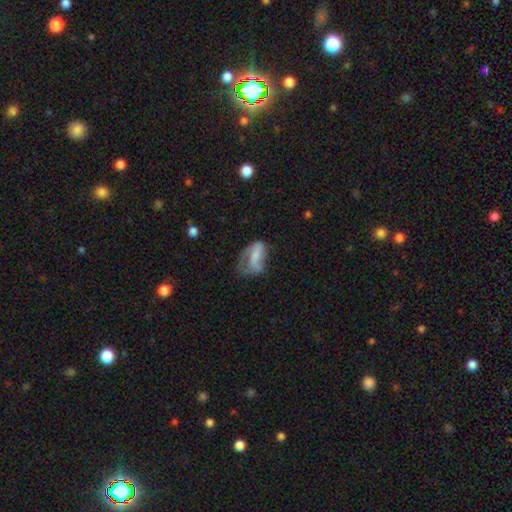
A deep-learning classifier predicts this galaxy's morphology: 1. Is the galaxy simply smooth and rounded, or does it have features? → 48% smooth, 43% featured or disk, 9% star or artifact.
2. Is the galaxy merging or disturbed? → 41% major disturbance, 28% none, 27% minor disturbance, 4% merger.